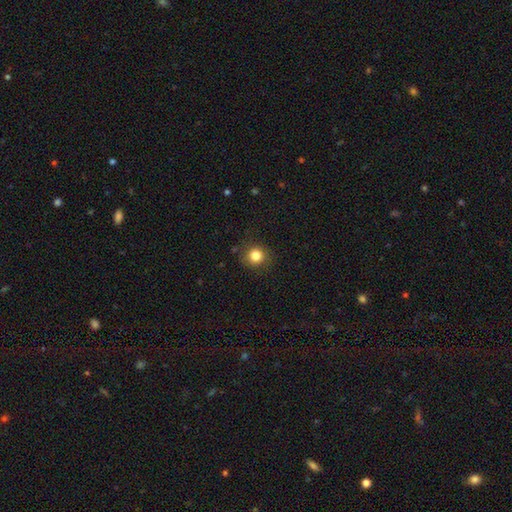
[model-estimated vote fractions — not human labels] Overall: smooth (83%). How rounded: round (91%). Merging: none (88%).